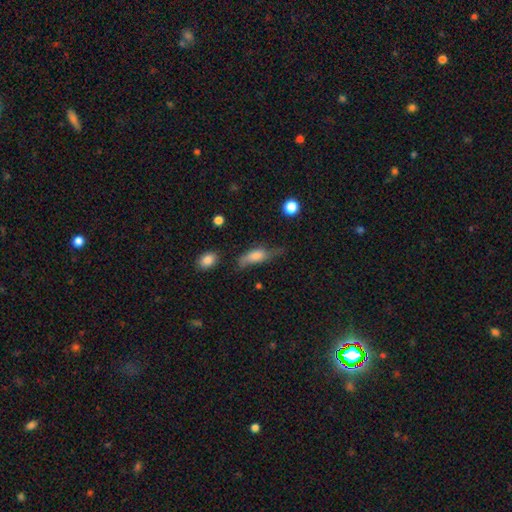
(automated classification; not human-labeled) smooth 64%, featured or disk 26%, star or artifact 10%. Down the decision tree: how rounded — in between (64%); merging — none (39%).